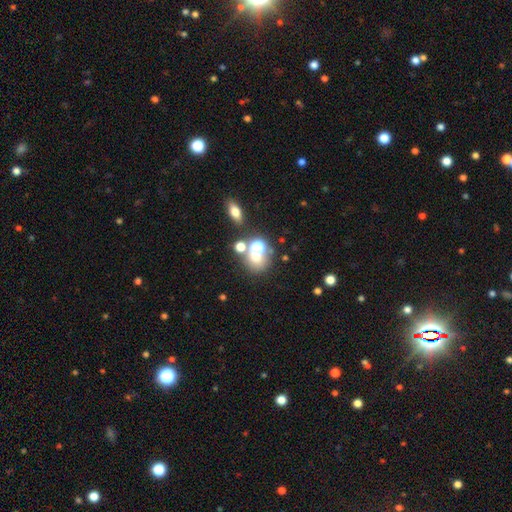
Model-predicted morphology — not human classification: smooth 56%, star or artifact 24%, featured or disk 20%. Down the decision tree: how rounded — round (71%); merging — none (45%).